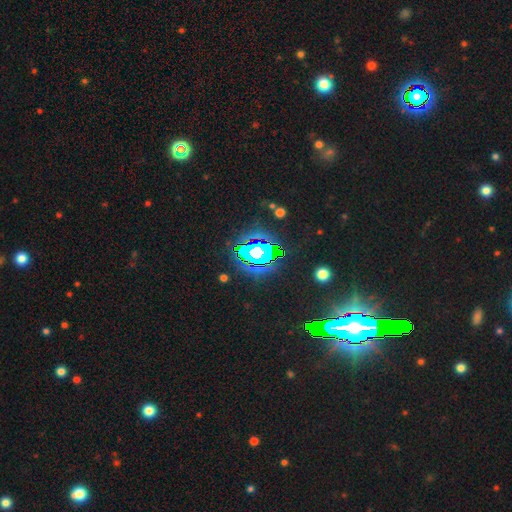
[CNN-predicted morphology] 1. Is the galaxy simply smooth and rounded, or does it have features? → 65% star or artifact, 19% smooth, 15% featured or disk.